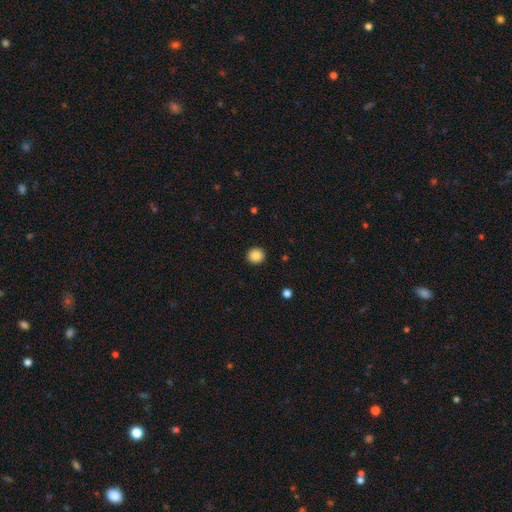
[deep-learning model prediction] Smooth or featured? smooth (87%)
How rounded? round (84%)
Merging? none (92%)